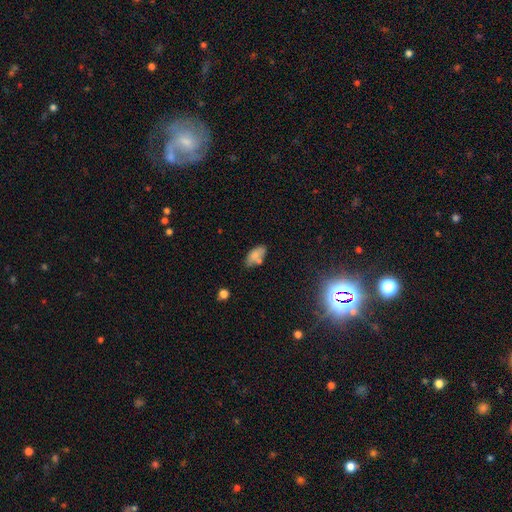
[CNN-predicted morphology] type=smooth (76%); roundness=in between (88%); merging=none (61%).